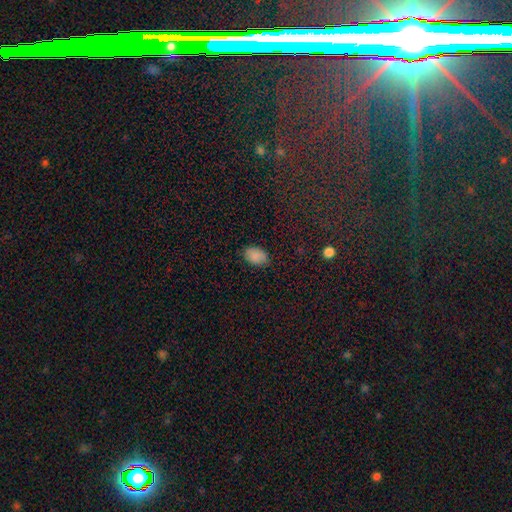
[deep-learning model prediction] Smooth or featured? smooth (87%)
How rounded? in between (89%)
Merging? none (84%)